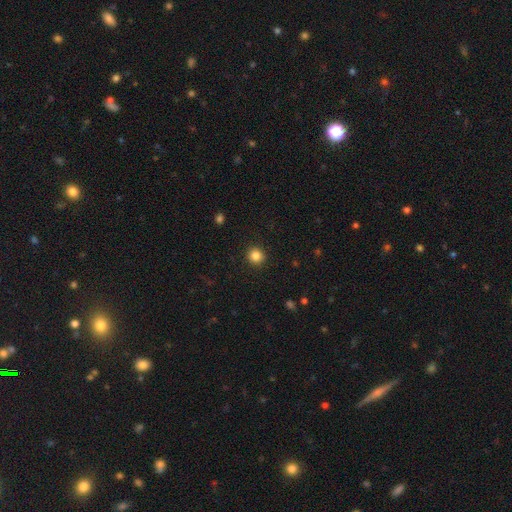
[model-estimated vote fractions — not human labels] This appears to be a smooth galaxy with no disk features (84%) that is round (93%). Merging: none (92%).